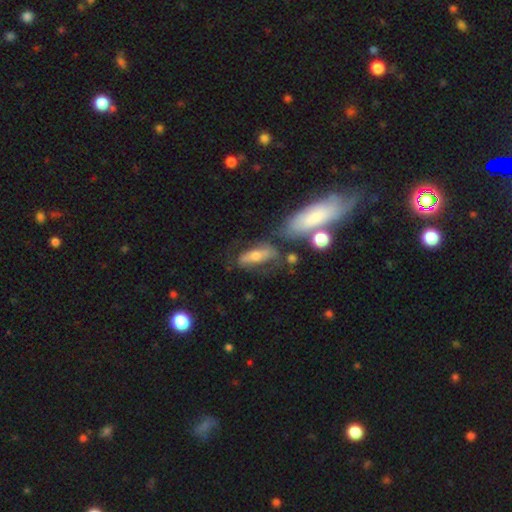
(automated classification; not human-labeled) Smooth or featured?
  - smooth: 49% *
  - featured or disk: 41%
  - star or artifact: 10%
Merging?
  - none: 53% *
  - minor disturbance: 22%
  - merger: 13%
  - major disturbance: 13%